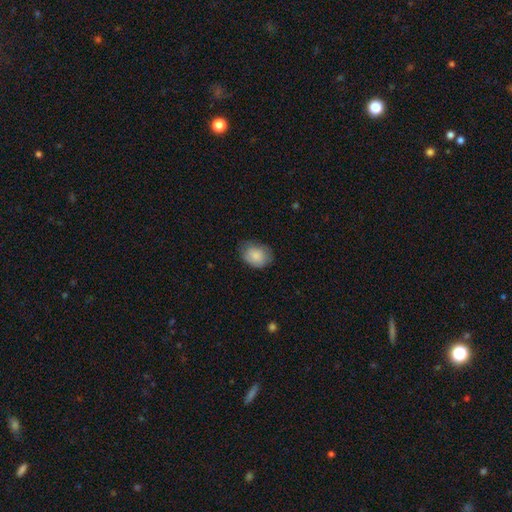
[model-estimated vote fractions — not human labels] A smooth galaxy with no disk features (85%) that is in between round and cigar-shaped (62%).

Vote fractions:
- Smooth or featured? smooth: 85% / featured or disk: 8% / star or artifact: 7%
- How rounded? in between: 62% / round: 37% / cigar-shaped: 1%
- Merging? none: 66% / minor disturbance: 27% / major disturbance: 6% / merger: 1%